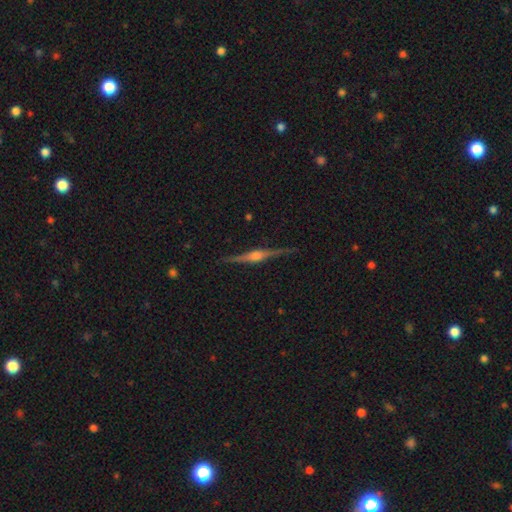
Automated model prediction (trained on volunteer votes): smooth-or-featured: featured or disk: 88% | smooth: 6% | star or artifact: 5%
  disk-edge-on: yes: 98% | no: 2%
    edge-on-bulge: rounded: 88% | boxy: 9% | none: 3%
  merging: none: 90% | minor disturbance: 7% | major disturbance: 2% | merger: 1%